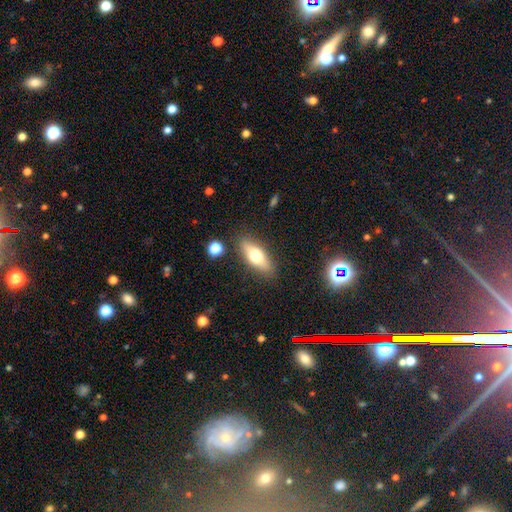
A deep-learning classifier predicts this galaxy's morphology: This is likely a smooth galaxy (66%). How rounded: likely in between (67%). Merging: clearly none (84%).